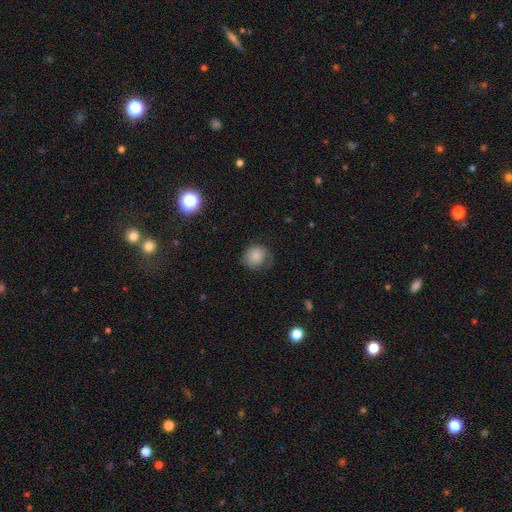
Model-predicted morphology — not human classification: Smooth or featured: smooth — 82% (featured or disk — 10%)
How rounded: round — 82% (in between — 17%)
Merging: none — 59% (minor disturbance — 27%)